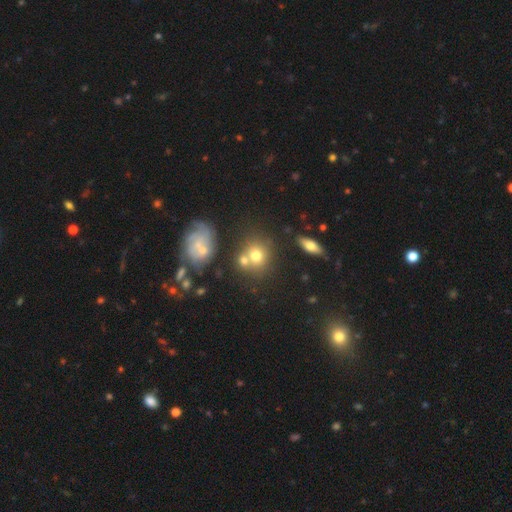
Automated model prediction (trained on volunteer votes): smooth_or_featured: smooth (p=0.70) [alt: featured or disk p=0.17]
how_rounded: round (p=0.74) [alt: in between p=0.25]
merging: none (p=0.48) [alt: merger p=0.35]